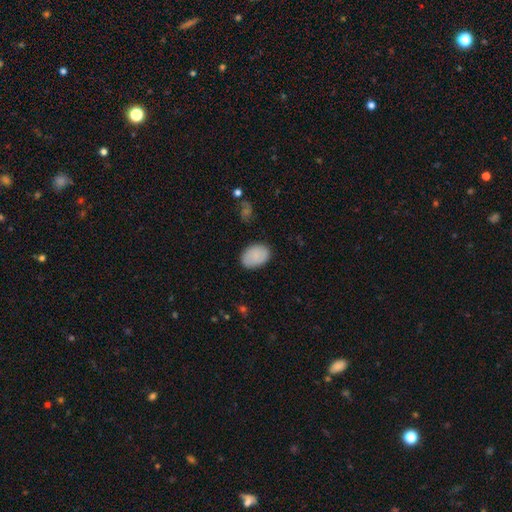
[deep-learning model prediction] A smooth galaxy with no disk features (84%) that is in between round and cigar-shaped (85%). Merging: none (84%).